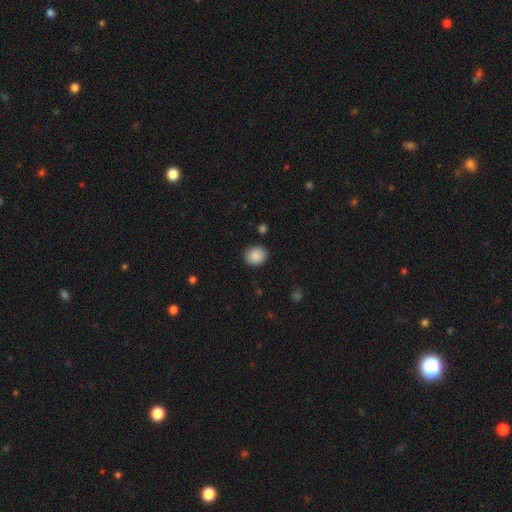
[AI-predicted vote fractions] Smooth or featured?
  - smooth: 89% *
  - star or artifact: 8%
  - featured or disk: 3%
How rounded?
  - round: 79% *
  - in between: 20%
  - cigar-shaped: 1%
Merging?
  - none: 89% *
  - minor disturbance: 8%
  - major disturbance: 2%
  - merger: 1%